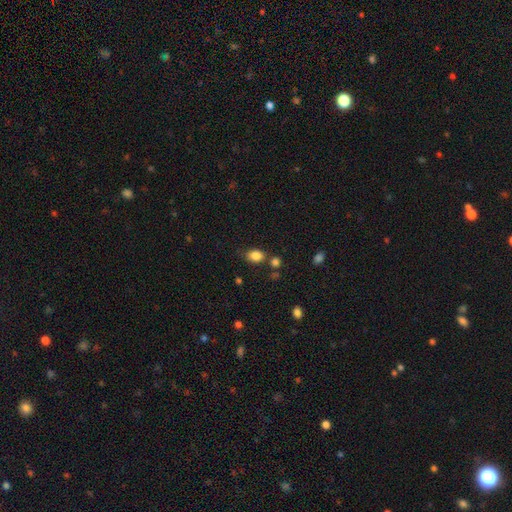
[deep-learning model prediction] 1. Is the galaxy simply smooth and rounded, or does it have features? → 85% smooth, 10% star or artifact, 5% featured or disk.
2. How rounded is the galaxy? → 71% in between, 28% round, 1% cigar-shaped.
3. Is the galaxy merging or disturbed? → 68% none, 18% minor disturbance, 9% merger, 5% major disturbance.